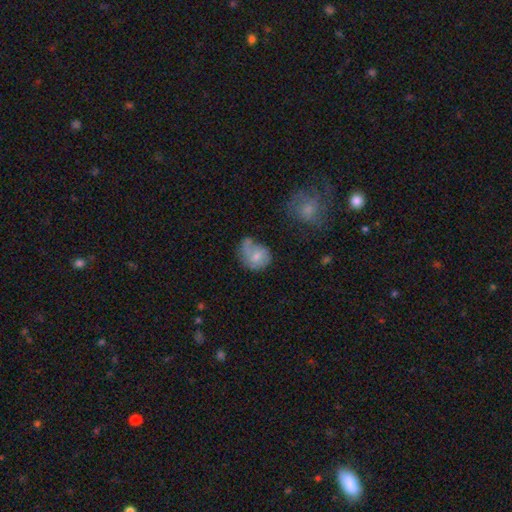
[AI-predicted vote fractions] Overall: smooth (64%; featured or disk 28%). How rounded: round (58%; in between 41%). Merging: none (33%; minor disturbance 27%).